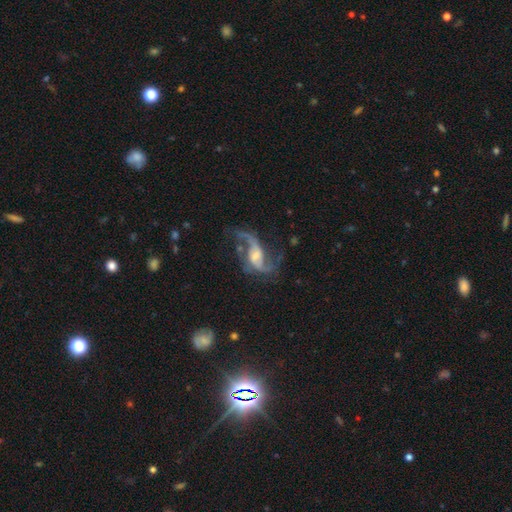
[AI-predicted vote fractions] Morphology: type=featured or disk (87%); edge-on=no (97%); bar=weak (47%); spiral arms=yes (95%); winding=loose (71%); arm count=2 (84%); bulge=moderate (44%); merging=none (53%).